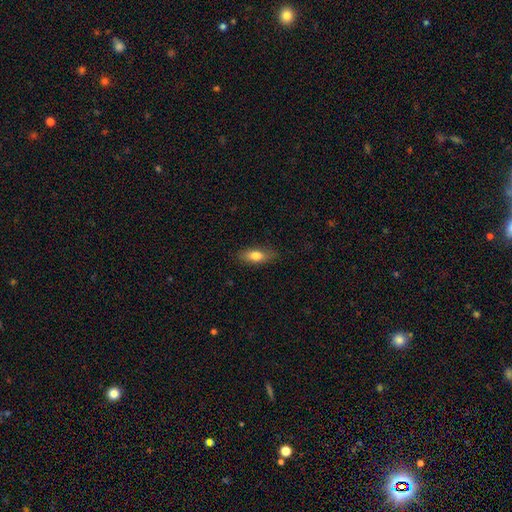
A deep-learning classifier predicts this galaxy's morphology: Q: Smooth or featured?
A: smooth (77%); runner-up: featured or disk (16%)
Q: How rounded?
A: in between (75%); runner-up: cigar-shaped (21%)
Q: Merging?
A: none (82%); runner-up: minor disturbance (14%)